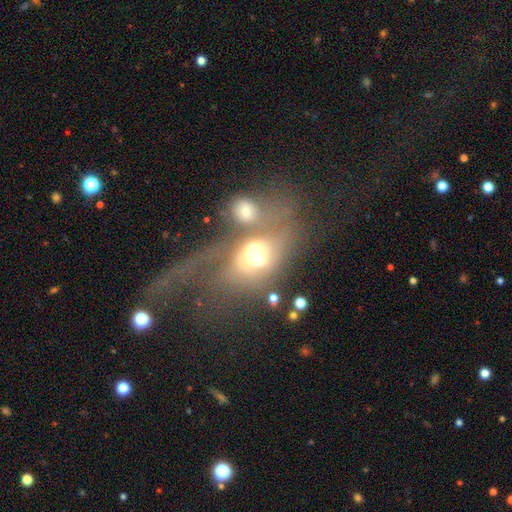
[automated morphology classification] This is marginally a smooth galaxy (45%). Merging: likely merger (67%).